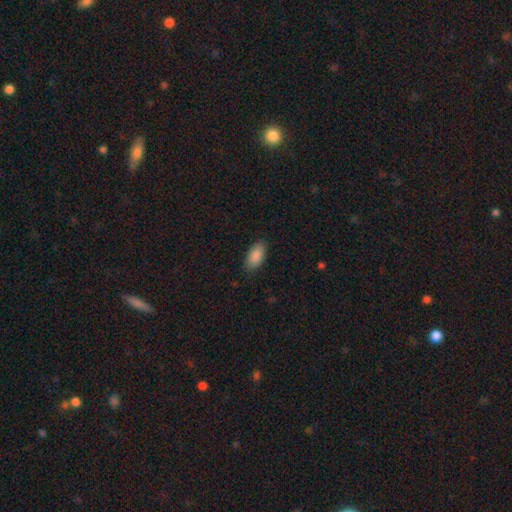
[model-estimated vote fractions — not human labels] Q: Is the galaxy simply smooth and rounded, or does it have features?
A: smooth — 89%.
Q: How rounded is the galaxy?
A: in between — 94%.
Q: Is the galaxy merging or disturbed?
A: none — 85%.